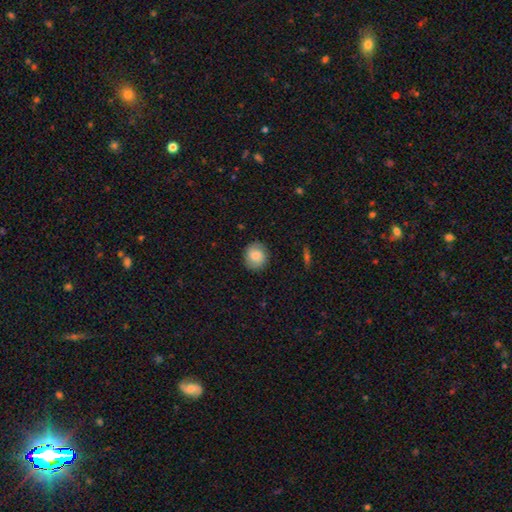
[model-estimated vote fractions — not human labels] Smooth or featured: smooth — 76% (featured or disk — 16%)
How rounded: round — 82% (in between — 17%)
Merging: none — 84% (minor disturbance — 12%)